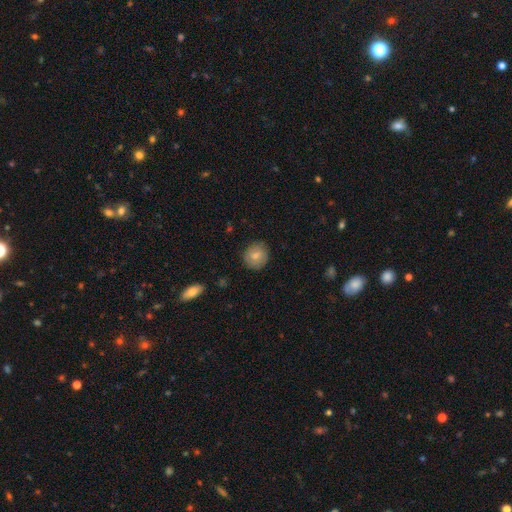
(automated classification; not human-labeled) Overall: smooth (76%). How rounded: round (87%). Merging: none (85%).